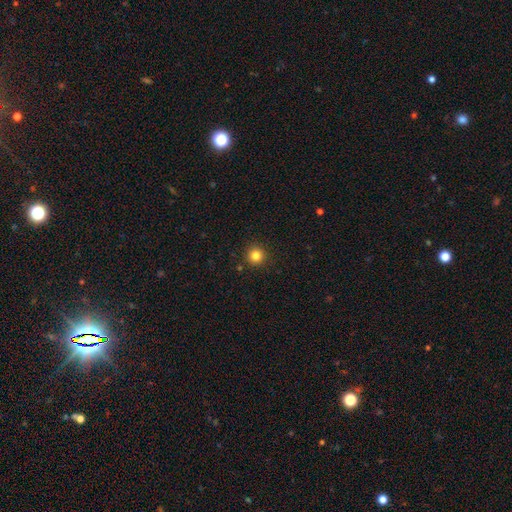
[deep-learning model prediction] smooth 82%, star or artifact 13%, featured or disk 5%. Down the decision tree: how rounded — round (95%); merging — none (92%).